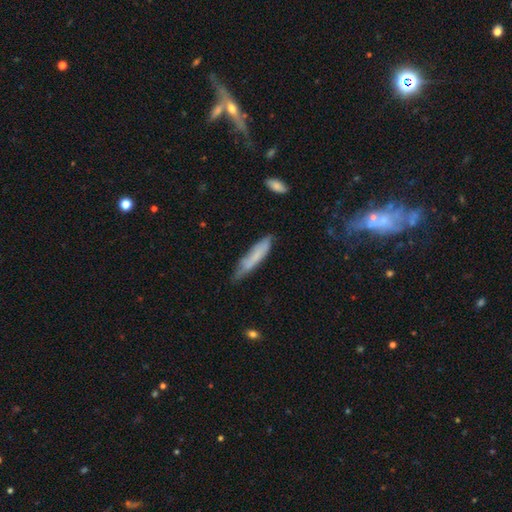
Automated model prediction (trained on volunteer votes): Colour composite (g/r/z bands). It shows a smooth galaxy with no disk features (61%) that is cigar-shaped (84%). Merging: none (58%).